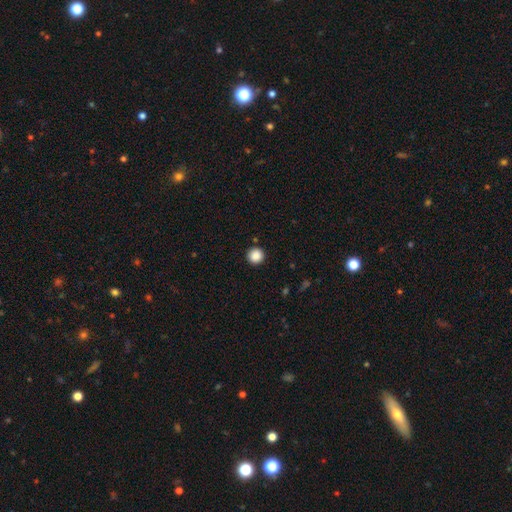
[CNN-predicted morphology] Smooth or featured?
  - smooth: 88% *
  - star or artifact: 10%
  - featured or disk: 2%
How rounded?
  - round: 95% *
  - in between: 4%
  - cigar-shaped: 1%
Merging?
  - none: 91% *
  - minor disturbance: 5%
  - major disturbance: 2%
  - merger: 1%